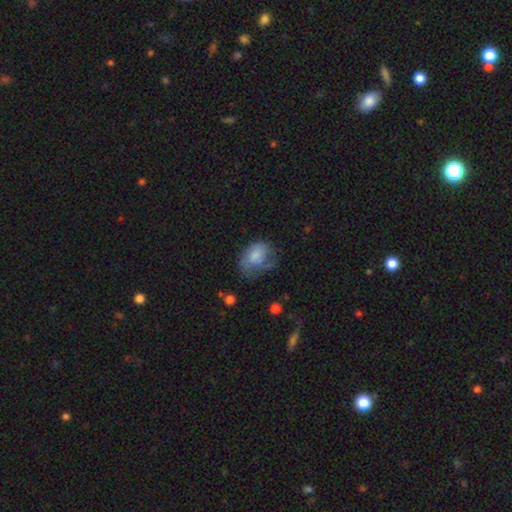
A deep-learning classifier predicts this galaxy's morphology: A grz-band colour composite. It shows a smooth galaxy with no disk features (66%) that is in between round and cigar-shaped (74%). Merging: none (35%).